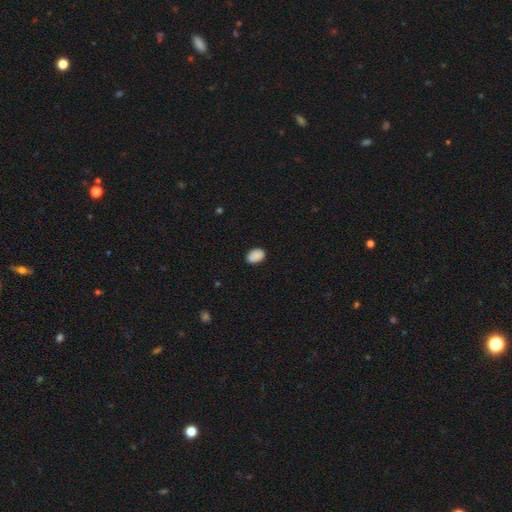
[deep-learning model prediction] A smooth galaxy with no disk features (89%) that is in between round and cigar-shaped (86%).

Vote fractions:
- Smooth or featured? smooth: 89% / star or artifact: 8% / featured or disk: 3%
- How rounded? in between: 86% / round: 13% / cigar-shaped: 1%
- Merging? none: 84% / minor disturbance: 12% / major disturbance: 2% / merger: 1%